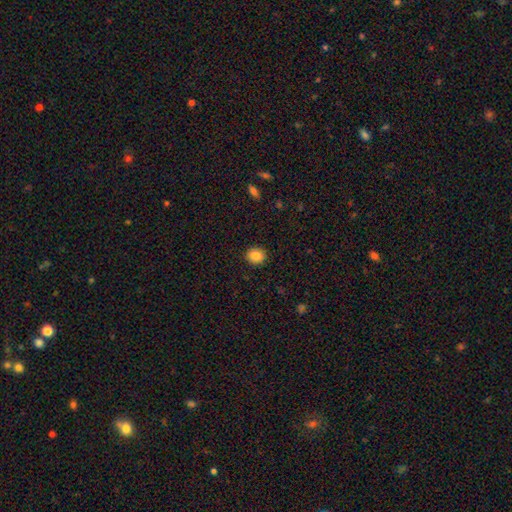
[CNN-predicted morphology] Q: Smooth or featured?
A: smooth (85%); runner-up: star or artifact (9%)
Q: How rounded?
A: round (78%); runner-up: in between (21%)
Q: Merging?
A: none (91%); runner-up: minor disturbance (6%)